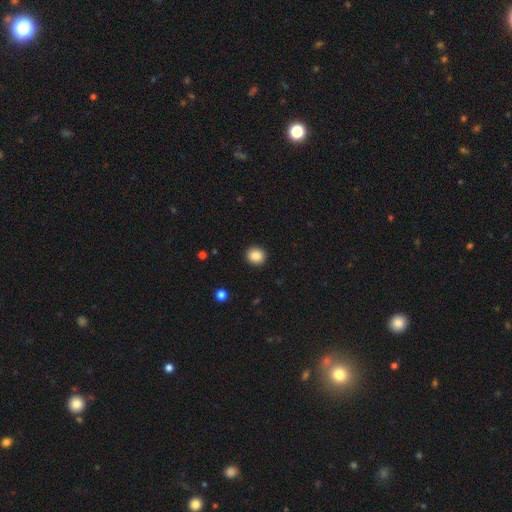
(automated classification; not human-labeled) Smooth or featured: smooth — 86% (star or artifact — 9%)
How rounded: round — 89% (in between — 10%)
Merging: none — 92% (minor disturbance — 5%)